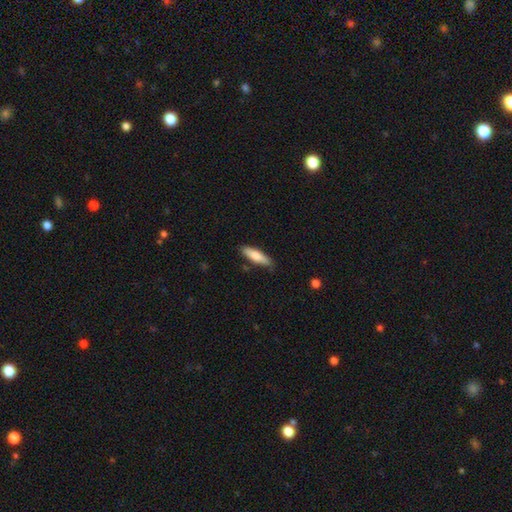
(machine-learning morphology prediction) Overall: smooth (75%). How rounded: cigar-shaped (66%; in between 32%). Merging: none (83%).